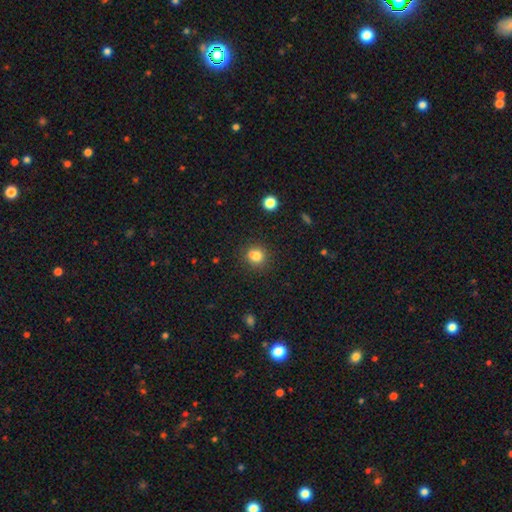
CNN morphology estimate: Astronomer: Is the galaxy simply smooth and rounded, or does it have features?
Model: smooth — 79%.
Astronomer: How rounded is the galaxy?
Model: round — 78%.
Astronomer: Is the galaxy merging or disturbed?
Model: none — 64%.